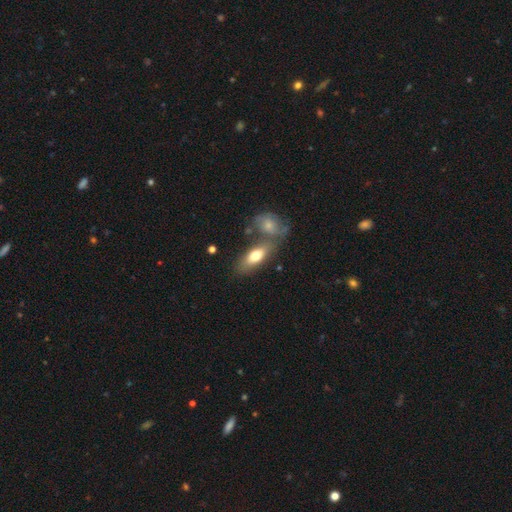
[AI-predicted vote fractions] smooth 70%, featured or disk 24%, star or artifact 6%. Down the decision tree: how rounded — in between (75%); merging — none (54%).